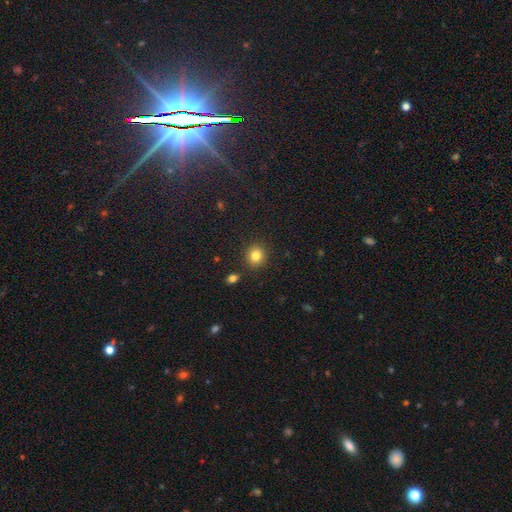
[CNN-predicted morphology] A smooth galaxy with no disk features (83%) that is round (86%).

Vote fractions:
- Smooth or featured? smooth: 83% / star or artifact: 11% / featured or disk: 6%
- How rounded? round: 86% / in between: 13% / cigar-shaped: 1%
- Merging? none: 89% / minor disturbance: 6% / merger: 3% / major disturbance: 2%